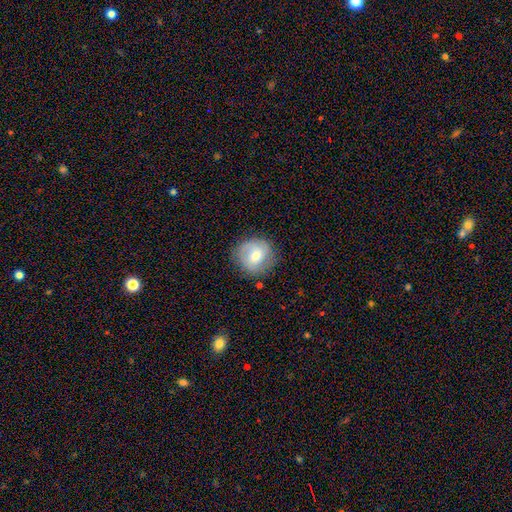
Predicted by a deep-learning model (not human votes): A smooth galaxy with no disk features (48%). Merging: none (79%).